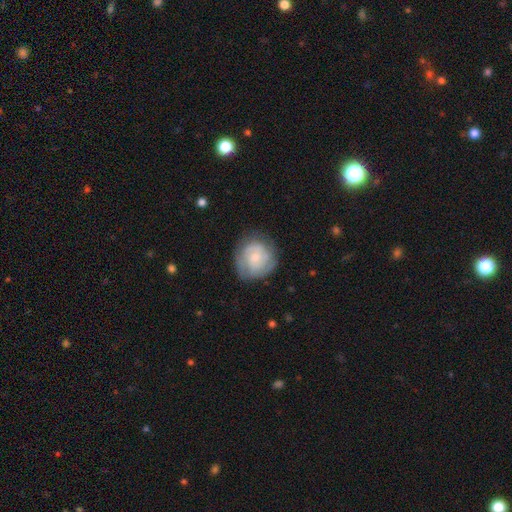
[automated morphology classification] Smooth or featured?
  - featured or disk: 61% *
  - smooth: 33%
  - star or artifact: 6%
Edge-on disk?
  - no: 98% *
  - yes: 2%
Bar?
  - no: 70% *
  - weak: 26%
  - strong: 4%
Spiral arms?
  - yes: 86% *
  - no: 14%
Spiral winding?
  - tight: 58% *
  - medium: 32%
  - loose: 10%
Spiral arm count?
  - 2: 36% *
  - can't tell: 34%
  - 3: 17%
  - 1: 5%
  - 4: 4%
  - more than 4: 3%
Bulge size?
  - small: 53% *
  - moderate: 32%
  - none: 9%
  - large: 4%
  - dominant: 1%
Merging?
  - none: 73% *
  - minor disturbance: 18%
  - major disturbance: 8%
  - merger: 1%